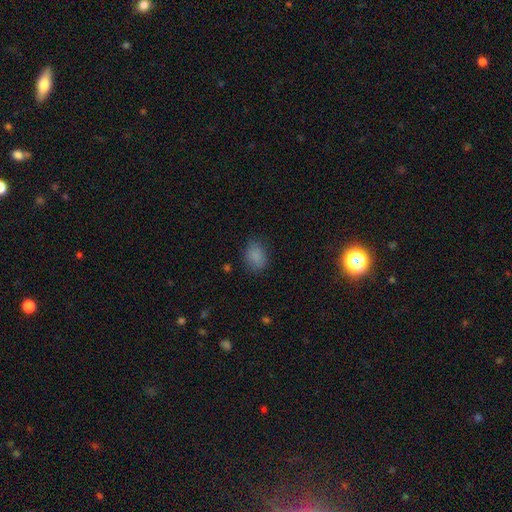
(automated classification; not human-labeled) Smooth or featured: smooth — 84% (star or artifact — 12%)
How rounded: in between — 72% (round — 27%)
Merging: none — 78% (minor disturbance — 16%)